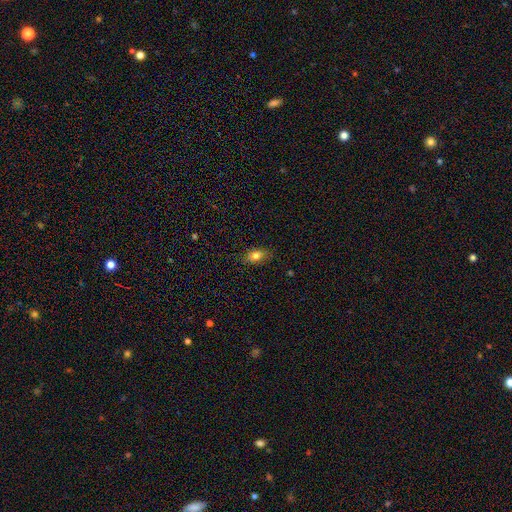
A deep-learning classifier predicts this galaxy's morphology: Smooth or featured: smooth — 78% (featured or disk — 12%)
How rounded: in between — 82% (round — 14%)
Merging: none — 83% (minor disturbance — 13%)